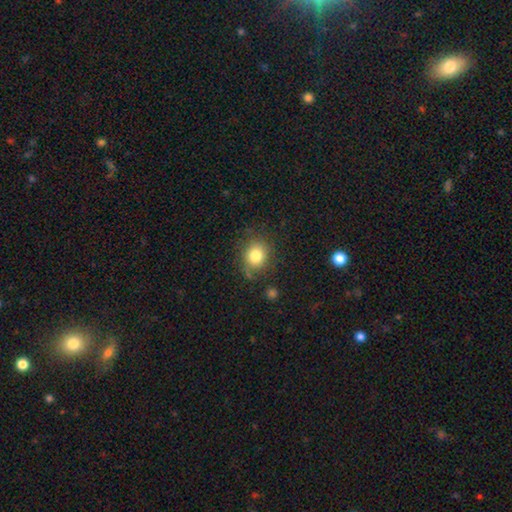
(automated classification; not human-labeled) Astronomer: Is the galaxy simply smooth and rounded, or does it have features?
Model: smooth — 82%.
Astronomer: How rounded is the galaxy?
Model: round — 72%.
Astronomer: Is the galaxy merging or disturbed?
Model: none — 77%.